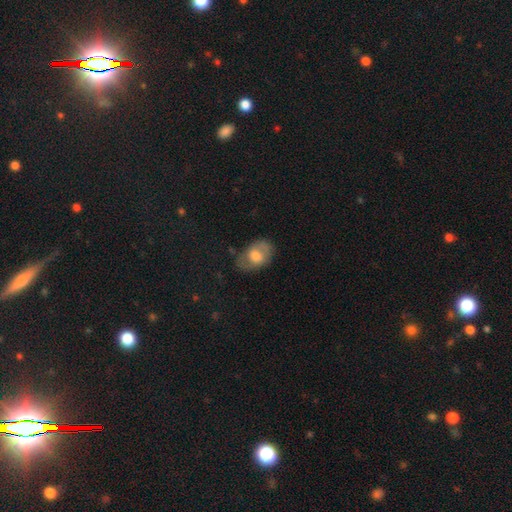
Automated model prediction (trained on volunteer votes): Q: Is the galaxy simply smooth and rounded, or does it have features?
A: smooth — 59%.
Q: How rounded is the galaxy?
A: in between — 81%.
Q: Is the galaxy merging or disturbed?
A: none — 63%.